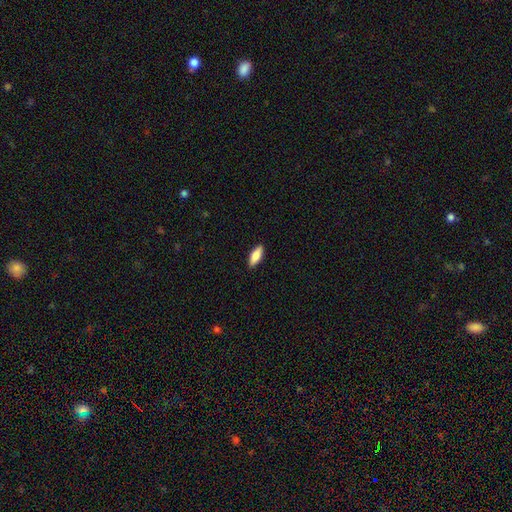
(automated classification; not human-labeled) Q: Smooth or featured?
A: smooth (79%); runner-up: featured or disk (15%)
Q: How rounded?
A: in between (68%); runner-up: cigar-shaped (29%)
Q: Merging?
A: none (90%); runner-up: minor disturbance (8%)